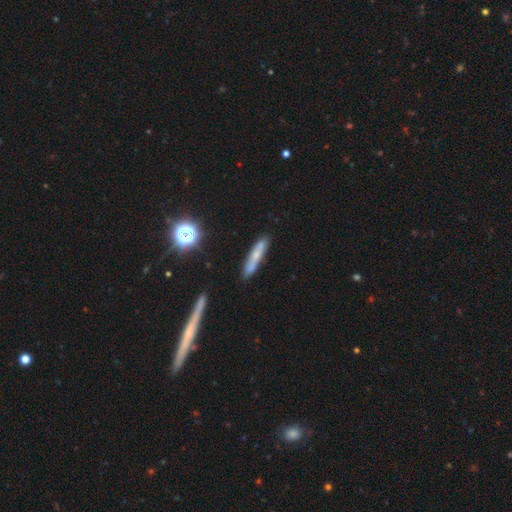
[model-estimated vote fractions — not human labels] smooth_or_featured: smooth (p=0.56) [alt: featured or disk p=0.34]
how_rounded: cigar-shaped (p=0.88) [alt: in between p=0.09]
merging: none (p=0.81) [alt: minor disturbance p=0.13]